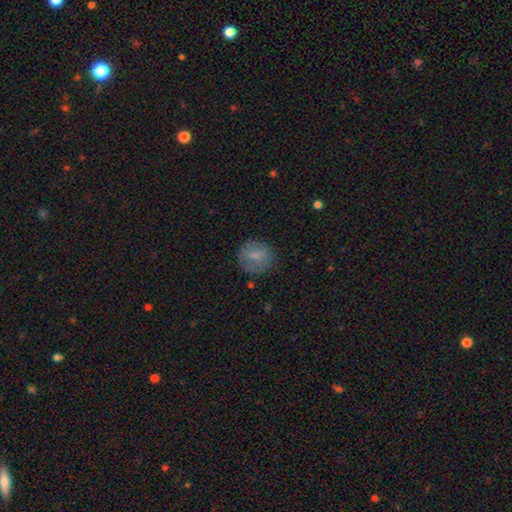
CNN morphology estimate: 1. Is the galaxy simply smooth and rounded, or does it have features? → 75% smooth, 17% featured or disk, 8% star or artifact.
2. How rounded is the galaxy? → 88% round, 11% in between, 1% cigar-shaped.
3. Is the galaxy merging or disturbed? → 79% none, 15% minor disturbance, 5% major disturbance, 1% merger.